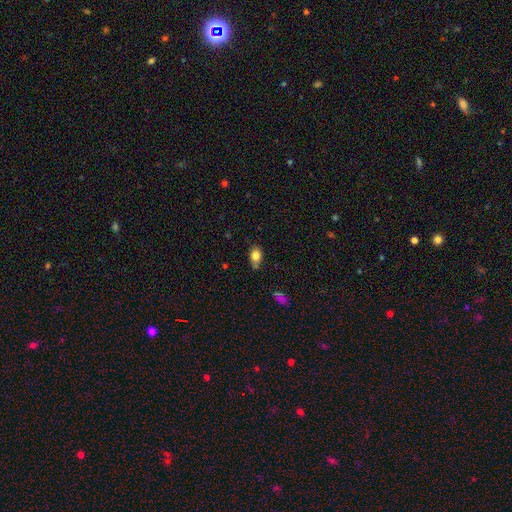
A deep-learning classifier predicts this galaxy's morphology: Overall: smooth (81%). How rounded: in between (76%). Merging: none (61%; minor disturbance 28%).